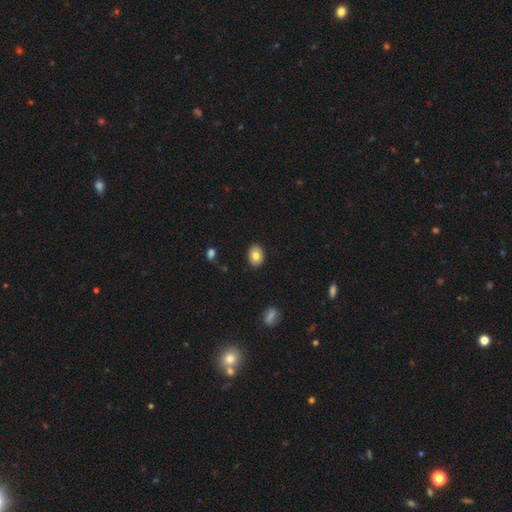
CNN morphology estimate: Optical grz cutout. It shows a smooth galaxy with no disk features (80%) that is in between round and cigar-shaped (66%). Merging: none (89%).